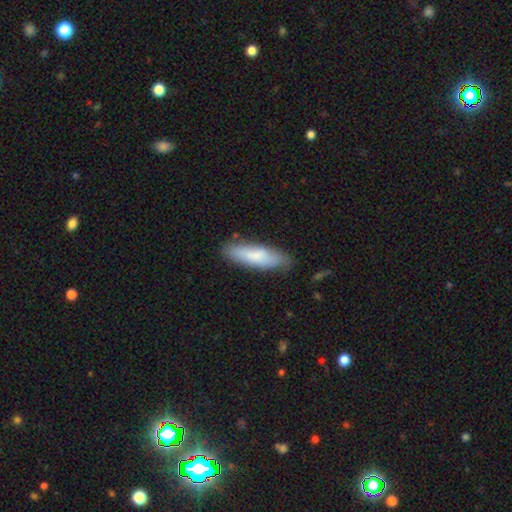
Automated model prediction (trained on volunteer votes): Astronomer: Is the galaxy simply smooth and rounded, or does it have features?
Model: smooth — 78%.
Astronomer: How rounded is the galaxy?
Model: cigar-shaped — 59% (runner-up: in between, 39%).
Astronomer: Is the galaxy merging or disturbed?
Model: none — 79%.